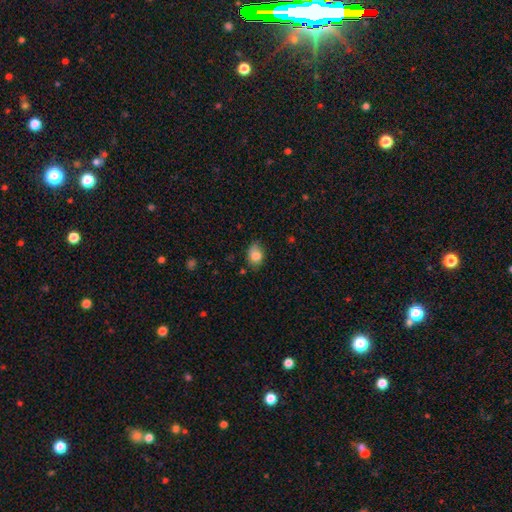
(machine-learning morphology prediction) The model was most divided on "how rounded": in between: 67%, round: 31%, cigar-shaped: 1%. More confident: smooth or featured — smooth (82%); merging — none (70%).